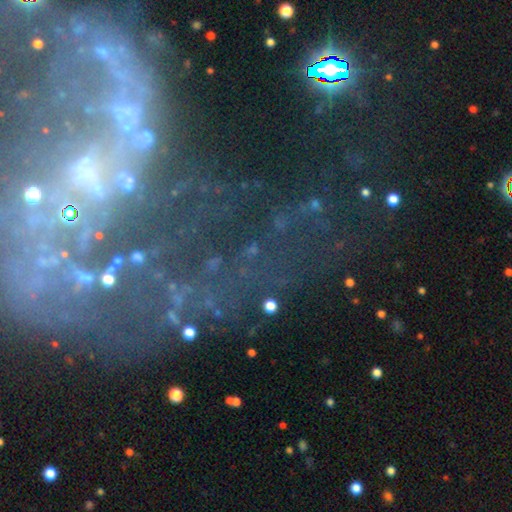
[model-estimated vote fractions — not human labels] Smooth or featured: star or artifact — 45% (featured or disk — 40%)